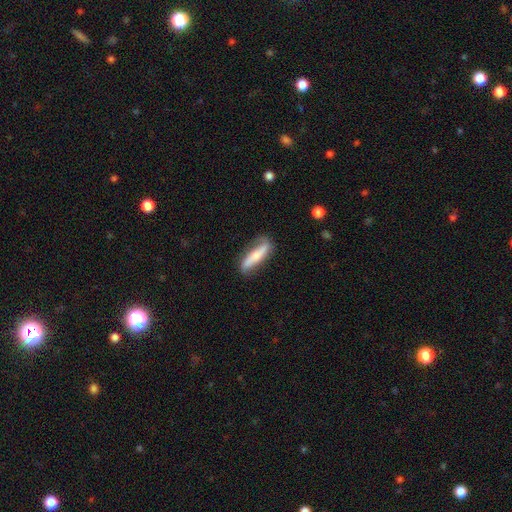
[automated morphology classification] smooth_or_featured: featured or disk (p=0.48) [alt: smooth p=0.46]
merging: none (p=0.70) [alt: minor disturbance p=0.21]